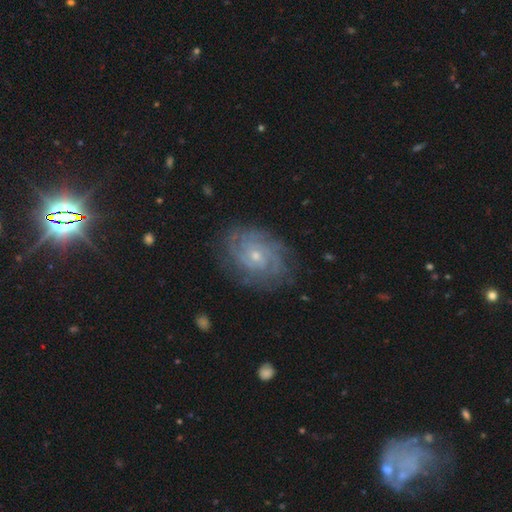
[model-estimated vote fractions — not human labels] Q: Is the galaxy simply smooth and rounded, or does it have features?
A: featured or disk — 82%.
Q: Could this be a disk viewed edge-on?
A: no — 97%.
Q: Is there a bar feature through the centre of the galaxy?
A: no — 75%.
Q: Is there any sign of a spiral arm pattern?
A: yes — 95%.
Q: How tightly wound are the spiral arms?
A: tight — 71%.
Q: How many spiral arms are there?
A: can't tell — 37%.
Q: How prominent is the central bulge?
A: small — 68%.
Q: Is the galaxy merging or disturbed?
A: none — 80%.